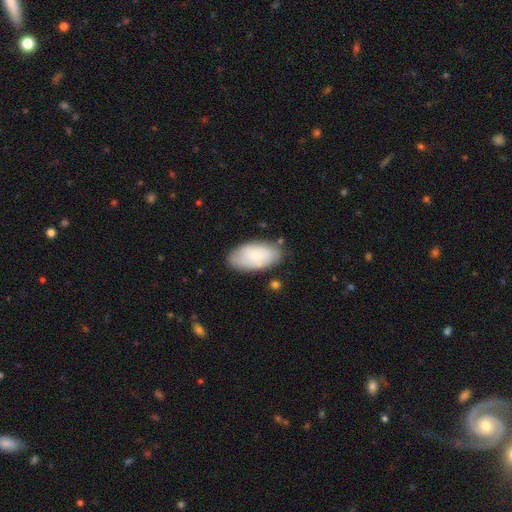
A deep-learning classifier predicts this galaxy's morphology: smooth_or_featured: smooth (p=0.72) [alt: featured or disk p=0.22]
how_rounded: in between (p=0.95) [alt: round p=0.03]
merging: none (p=0.76) [alt: minor disturbance p=0.17]